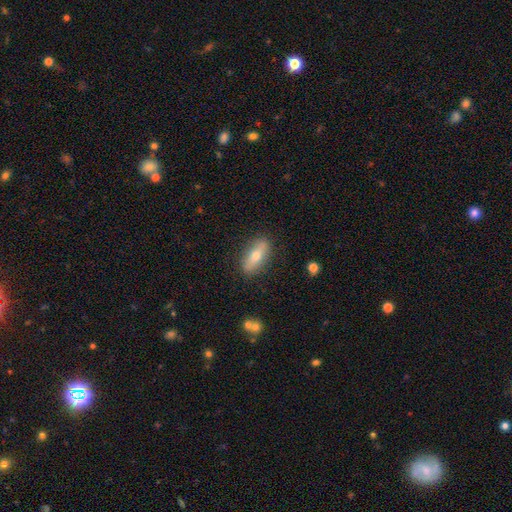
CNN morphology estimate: The model was most divided on "smooth or featured": smooth: 60%, featured or disk: 34%, star or artifact: 7%. More confident: merging — none (86%); how rounded — in between (69%).